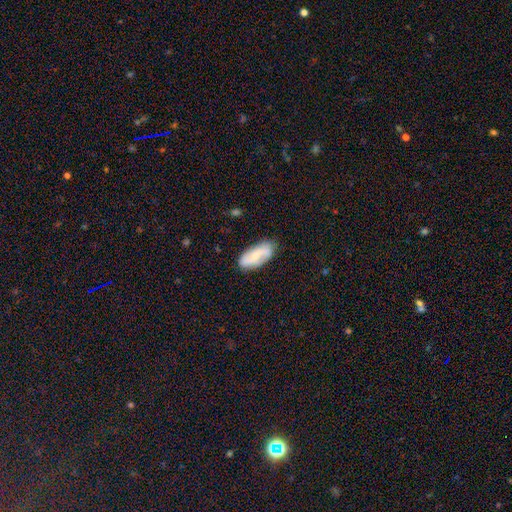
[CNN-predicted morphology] Smooth or featured?
  - featured or disk: 52% *
  - smooth: 42%
  - star or artifact: 6%
Edge-on disk?
  - no: 92% *
  - yes: 8%
Merging?
  - none: 80% *
  - minor disturbance: 15%
  - major disturbance: 3%
  - merger: 1%